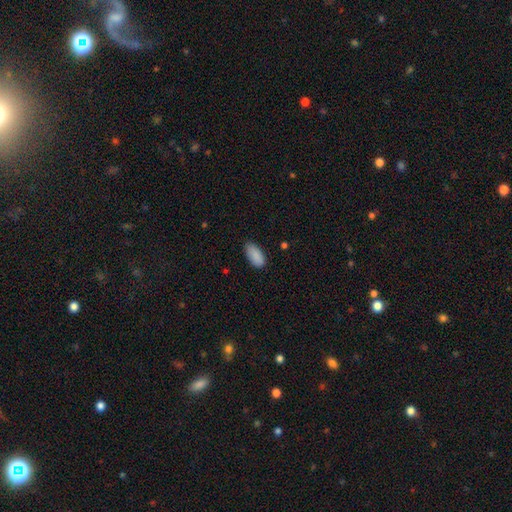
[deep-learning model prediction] A smooth galaxy with no disk features (90%) that is in between round and cigar-shaped (92%).

Vote fractions:
- Smooth or featured? smooth: 90% / star or artifact: 7% / featured or disk: 3%
- How rounded? in between: 92% / cigar-shaped: 6% / round: 2%
- Merging? none: 79% / minor disturbance: 17% / major disturbance: 3% / merger: 1%